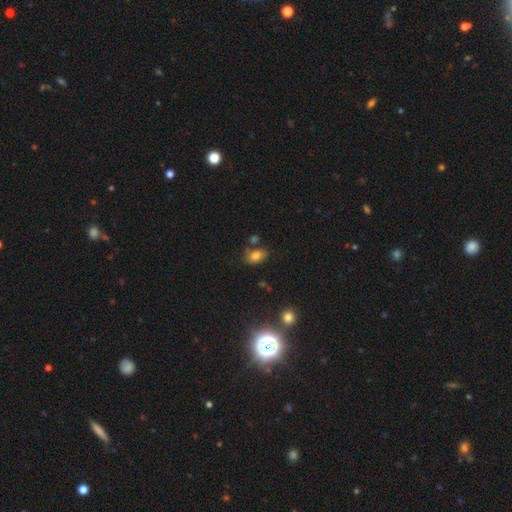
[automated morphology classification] smooth_or_featured: smooth (p=0.78) [alt: star or artifact p=0.11]
how_rounded: in between (p=0.88) [alt: round p=0.10]
merging: none (p=0.69) [alt: minor disturbance p=0.17]